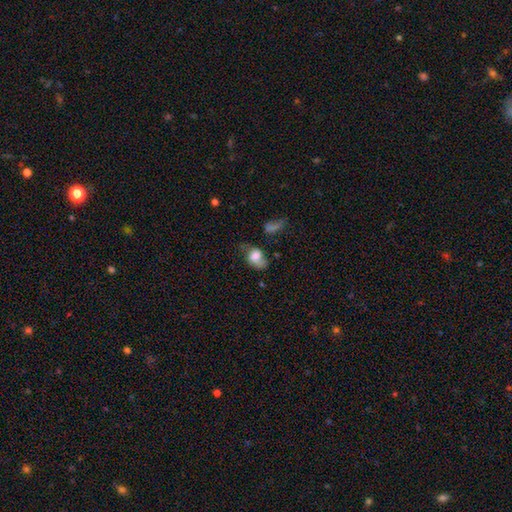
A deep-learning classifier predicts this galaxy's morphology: Smooth or featured? Predicted: smooth (p=0.69). How rounded? Predicted: in between (p=0.77). Merging? Predicted: none (p=0.40).